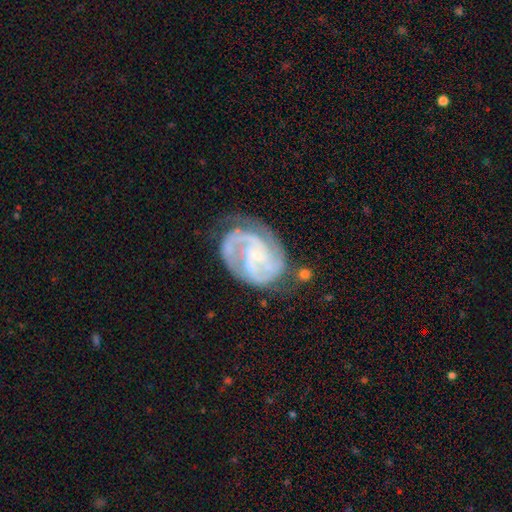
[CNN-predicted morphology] This appears to be a featured or disk galaxy (89%) with no bar (57%), 2 (42%) tight (51%) spiral arms (97%) and a small central bulge (79%). Merging: none (58%).